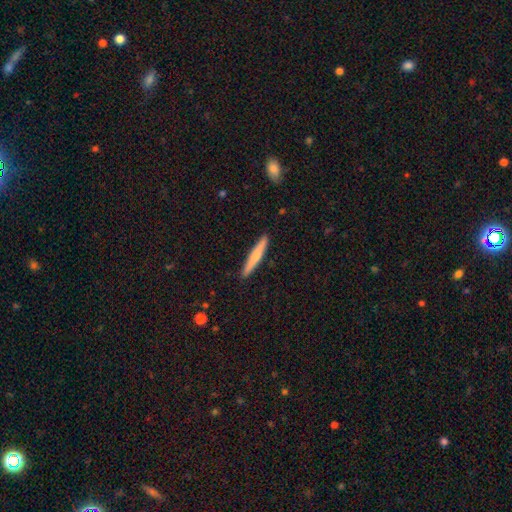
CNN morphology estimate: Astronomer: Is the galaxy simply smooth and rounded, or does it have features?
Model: smooth — 66%.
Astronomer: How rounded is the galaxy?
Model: cigar-shaped — 95%.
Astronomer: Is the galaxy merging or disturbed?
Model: none — 92%.